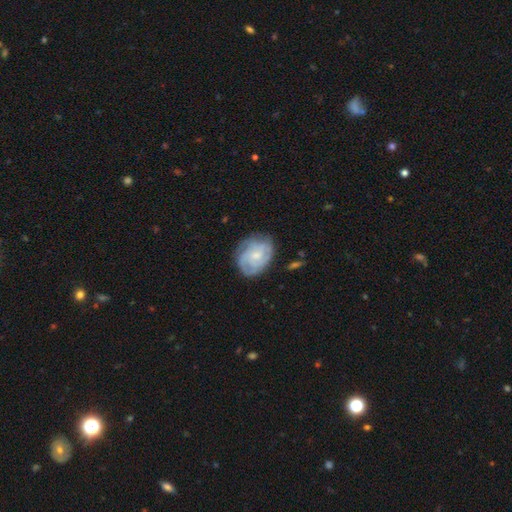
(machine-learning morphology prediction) This is likely a featured or disk galaxy (69%). It is clearly not viewed edge-on (98%). Bar: likely no (70%). Spiral arm pattern: clearly yes (89%). Spiral arm count: marginally can't tell (40%). Spiral winding: likely tight (61%). Central bulge: possibly small (56%). Merging: likely none (72%).